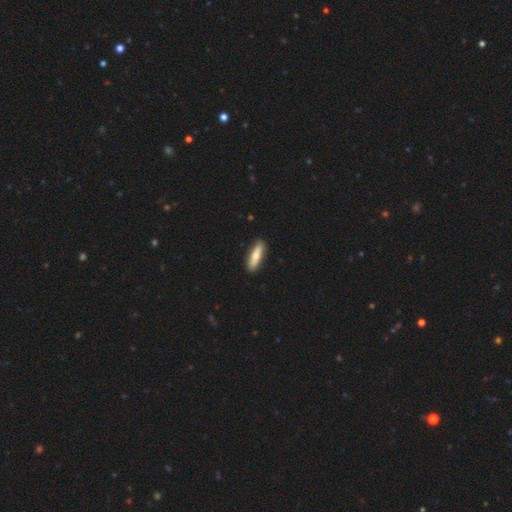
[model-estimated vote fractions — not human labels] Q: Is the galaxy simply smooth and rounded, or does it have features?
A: smooth — 69%.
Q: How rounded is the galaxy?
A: cigar-shaped — 66%.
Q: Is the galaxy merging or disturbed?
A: none — 89%.